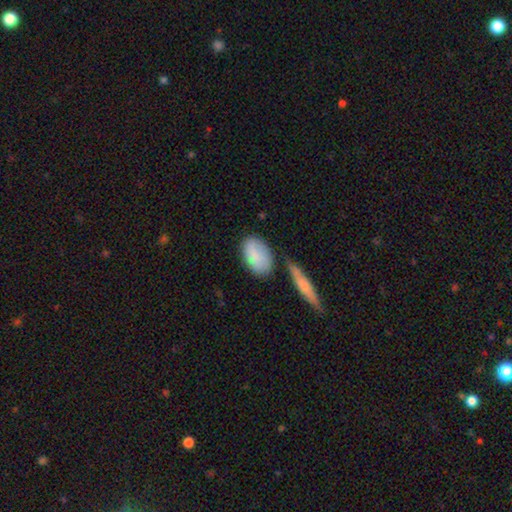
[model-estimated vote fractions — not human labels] Smooth or featured? Predicted: smooth (p=0.82). How rounded? Predicted: in between (p=0.91). Merging? Predicted: none (p=0.62).